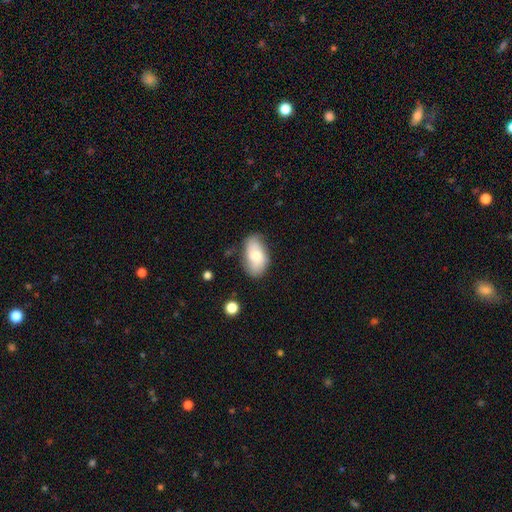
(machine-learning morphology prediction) Smooth or featured? Predicted: smooth (p=0.67). How rounded? Predicted: in between (p=0.93). Merging? Predicted: none (p=0.70).